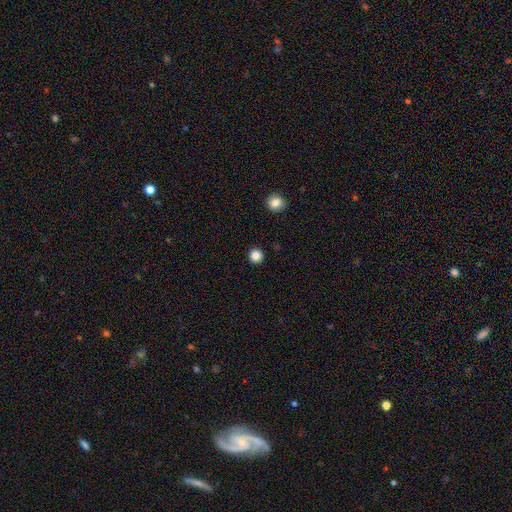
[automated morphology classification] Q: Smooth or featured?
A: smooth (86%); runner-up: star or artifact (11%)
Q: How rounded?
A: round (95%); runner-up: in between (4%)
Q: Merging?
A: none (93%); runner-up: minor disturbance (4%)